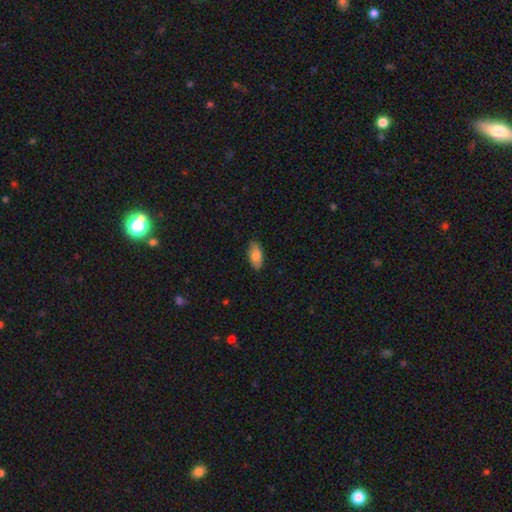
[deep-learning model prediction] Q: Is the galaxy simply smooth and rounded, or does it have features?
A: smooth — 80%.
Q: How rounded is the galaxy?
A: in between — 91%.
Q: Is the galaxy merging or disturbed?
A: none — 87%.